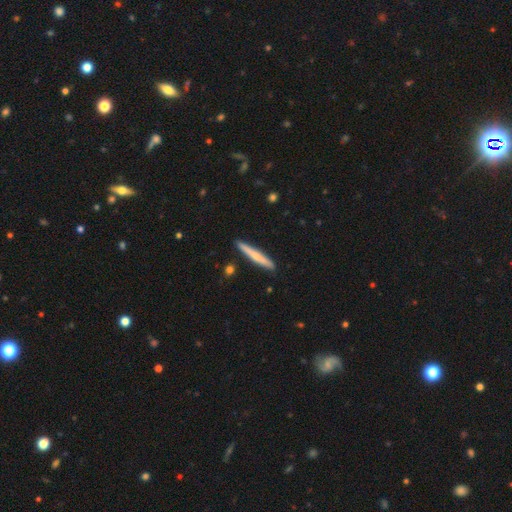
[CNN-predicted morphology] A smooth galaxy with no disk features (57%) that is cigar-shaped (96%).

Vote fractions:
- Smooth or featured? smooth: 57% / featured or disk: 37% / star or artifact: 5%
- How rounded? cigar-shaped: 96% / in between: 3% / round: 1%
- Merging? none: 89% / minor disturbance: 7% / merger: 2% / major disturbance: 1%